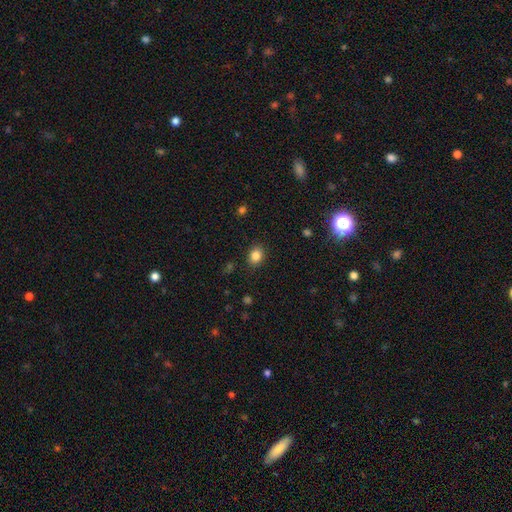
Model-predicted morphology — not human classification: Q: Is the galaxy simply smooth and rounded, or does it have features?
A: smooth — 84%.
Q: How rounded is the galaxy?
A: round — 51%.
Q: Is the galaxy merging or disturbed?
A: none — 88%.